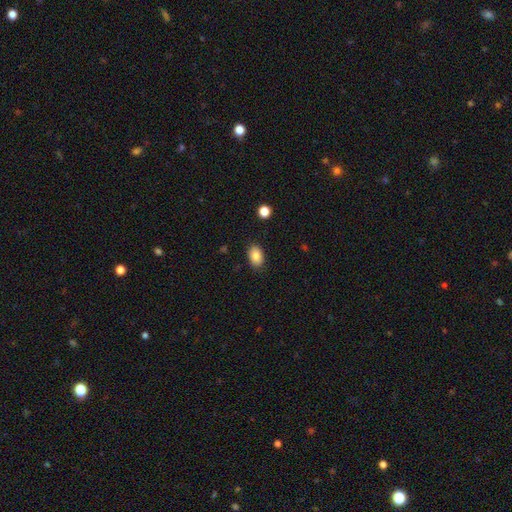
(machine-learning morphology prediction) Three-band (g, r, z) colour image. It shows a smooth galaxy with no disk features (85%) that is in between round and cigar-shaped (87%). Merging: none (87%).